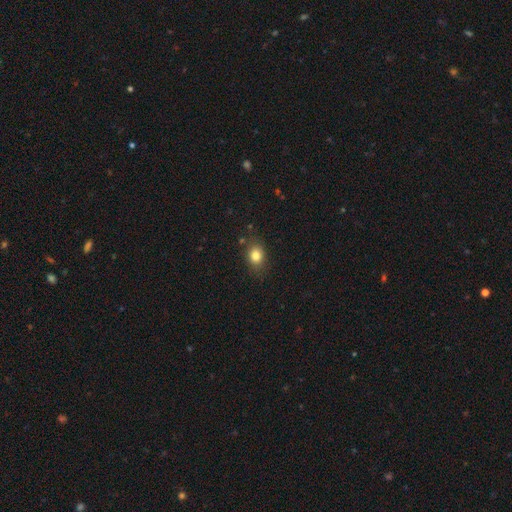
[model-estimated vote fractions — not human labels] Overall: smooth (81%). How rounded: in between (60%; round 39%). Merging: none (80%).